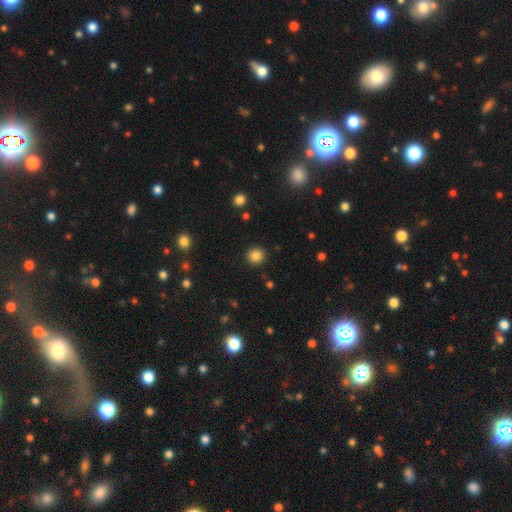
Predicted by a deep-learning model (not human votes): A smooth galaxy with no disk features (85%) that is round (93%). Merging: none (92%).